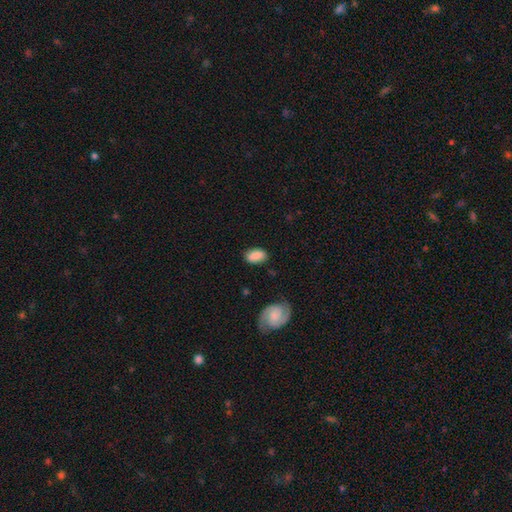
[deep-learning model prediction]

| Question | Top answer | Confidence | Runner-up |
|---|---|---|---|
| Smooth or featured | smooth | 84% | featured or disk (9%) |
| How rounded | in between | 89% | round (9%) |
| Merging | none | 80% | minor disturbance (14%) |